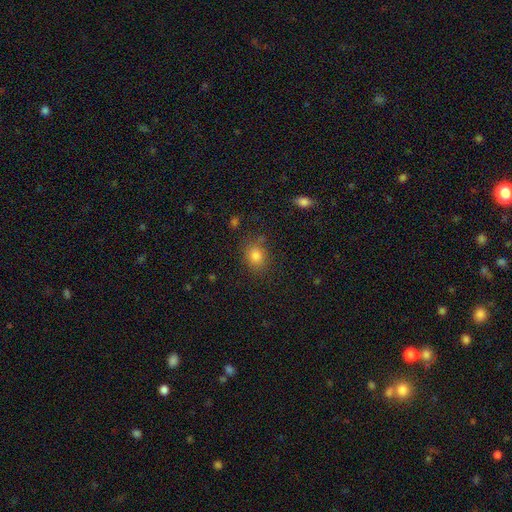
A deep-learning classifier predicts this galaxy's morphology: The model was most divided on "how rounded": round: 55%, in between: 44%, cigar-shaped: 1%. More confident: smooth or featured — smooth (82%); merging — none (78%).